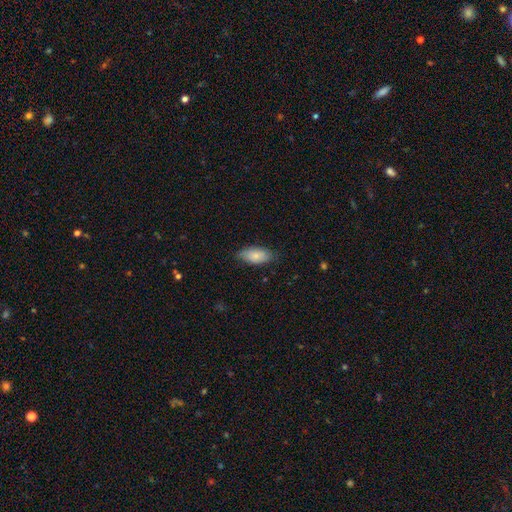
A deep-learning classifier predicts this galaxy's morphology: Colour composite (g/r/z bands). It shows a smooth galaxy with no disk features (80%) that is in between round and cigar-shaped (92%). Merging: none (74%).